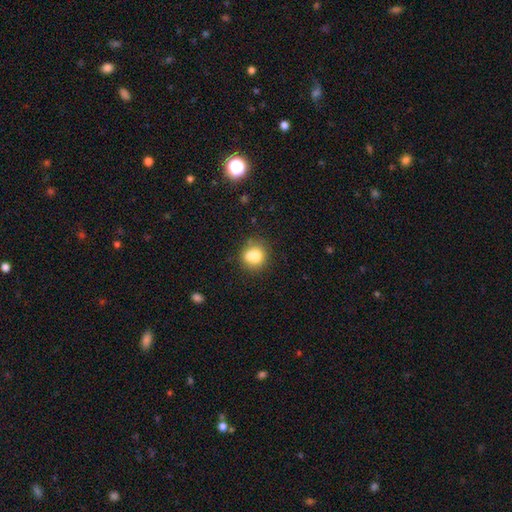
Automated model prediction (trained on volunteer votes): This is likely a smooth galaxy (74%). How rounded: likely round (71%). Merging: possibly none (52%).